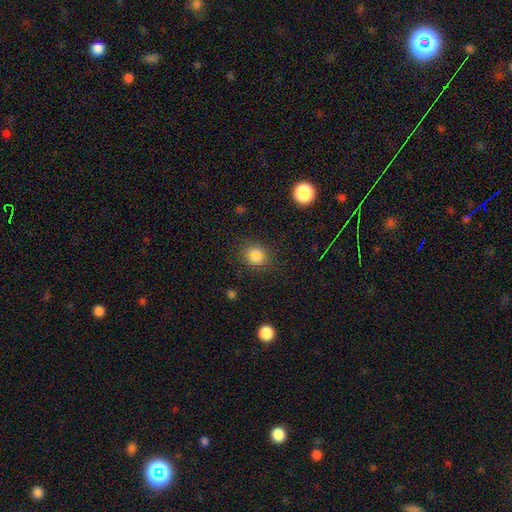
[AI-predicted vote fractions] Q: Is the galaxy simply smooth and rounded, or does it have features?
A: smooth — 73%.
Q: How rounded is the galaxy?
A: round — 77%.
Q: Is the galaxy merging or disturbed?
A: none — 78%.